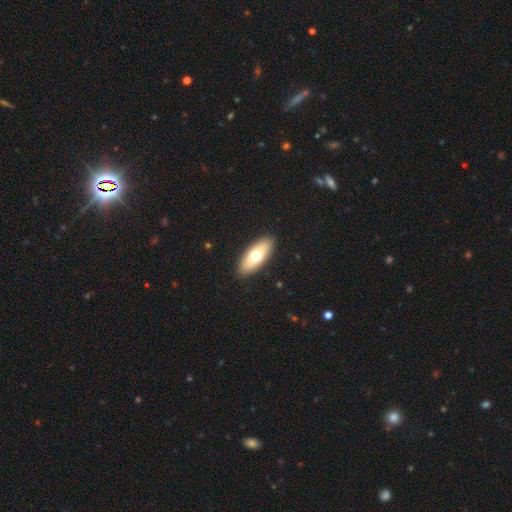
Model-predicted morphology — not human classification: smooth 66%, featured or disk 28%, star or artifact 6%. Down the decision tree: how rounded — in between (80%); merging — none (90%).